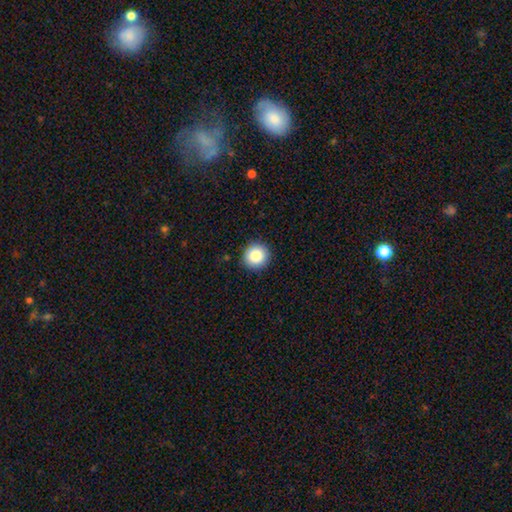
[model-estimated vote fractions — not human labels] Q: Smooth or featured?
A: smooth (87%); runner-up: star or artifact (9%)
Q: How rounded?
A: round (94%); runner-up: in between (5%)
Q: Merging?
A: none (91%); runner-up: minor disturbance (7%)